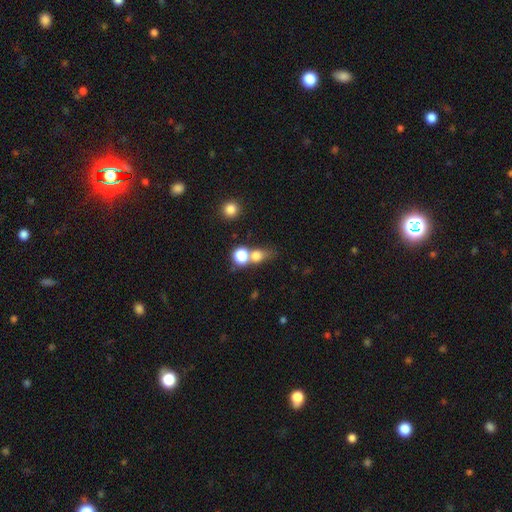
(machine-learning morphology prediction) Smooth or featured?
  - smooth: 73% *
  - star or artifact: 17%
  - featured or disk: 11%
How rounded?
  - round: 66% *
  - in between: 31%
  - cigar-shaped: 3%
Merging?
  - merger: 44% *
  - none: 40%
  - minor disturbance: 10%
  - major disturbance: 6%